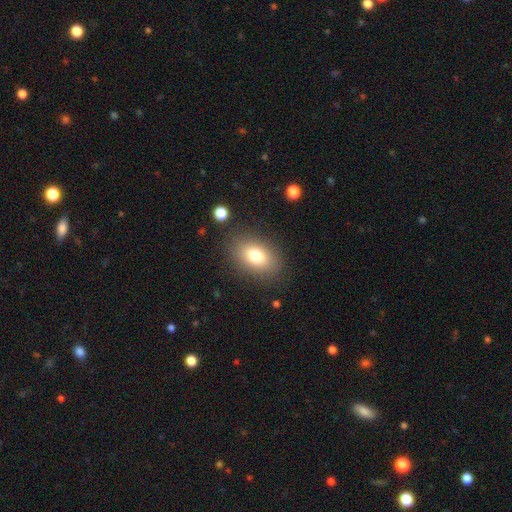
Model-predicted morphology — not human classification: smooth 77%, featured or disk 13%, star or artifact 10%. Down the decision tree: how rounded — in between (84%); merging — none (84%).